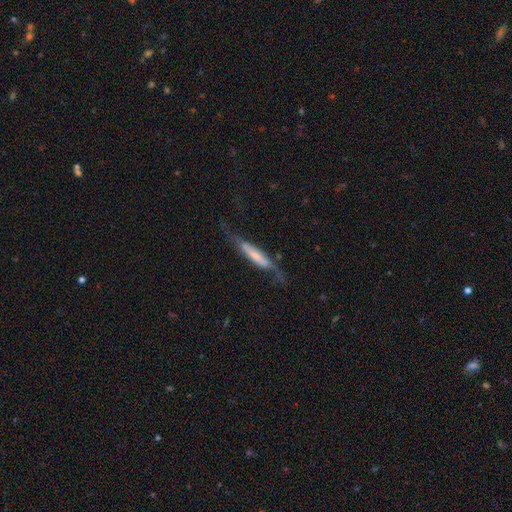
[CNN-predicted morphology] Q: Smooth or featured?
A: featured or disk (59%); runner-up: smooth (35%)
Q: Edge-on disk?
A: yes (61%); runner-up: no (39%)
Q: Merging?
A: none (49%); runner-up: minor disturbance (24%)